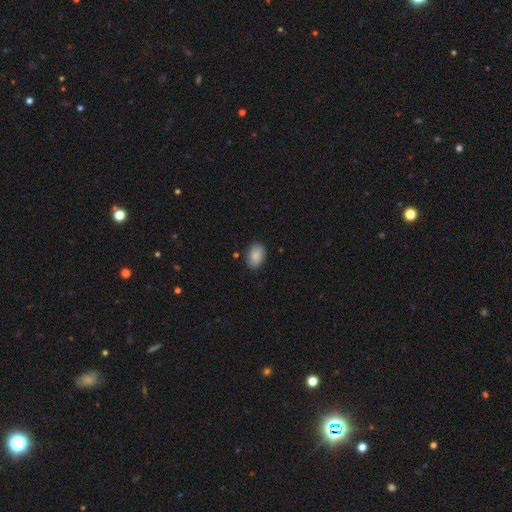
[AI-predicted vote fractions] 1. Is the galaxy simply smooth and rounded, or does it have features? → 85% smooth, 7% featured or disk, 7% star or artifact.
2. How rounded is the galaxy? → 83% in between, 15% round, 1% cigar-shaped.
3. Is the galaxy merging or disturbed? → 82% none, 13% minor disturbance, 2% major disturbance, 2% merger.